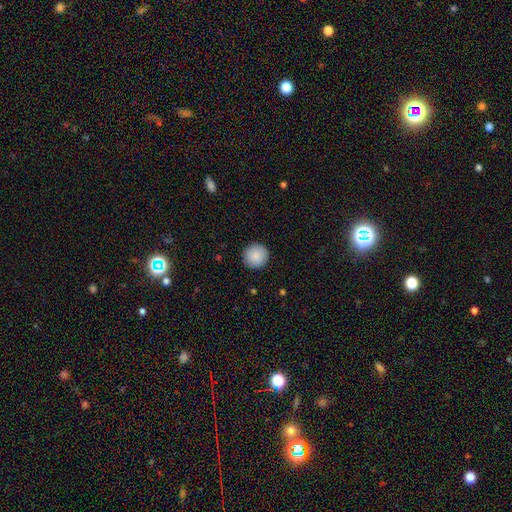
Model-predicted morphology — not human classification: type=smooth (89%); roundness=round (96%); merging=none (93%).